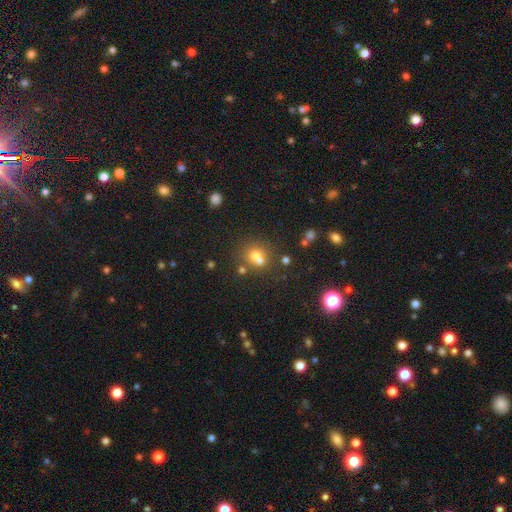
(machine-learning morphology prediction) Smooth or featured: smooth — 64% (star or artifact — 19%)
How rounded: round — 75% (in between — 24%)
Merging: merger — 44% (none — 42%)